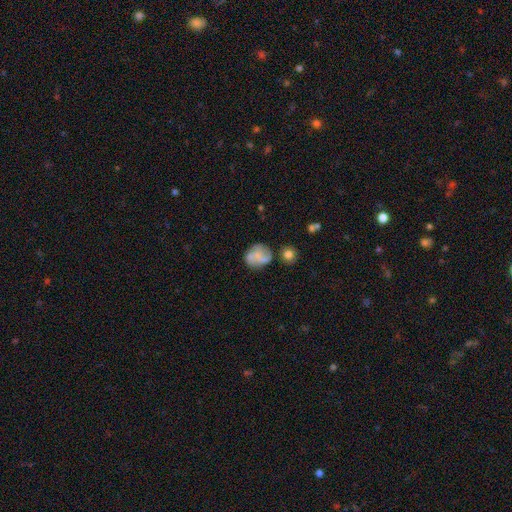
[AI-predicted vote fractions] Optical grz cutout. It shows a featured or disk galaxy (50%). Merging: none (56%).